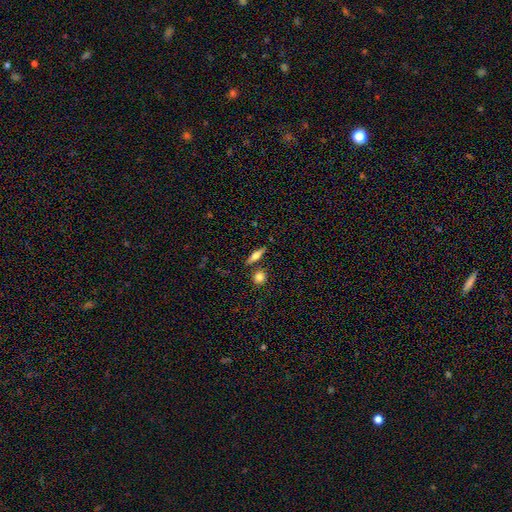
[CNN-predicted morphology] type=smooth (49%); merging=none (79%).